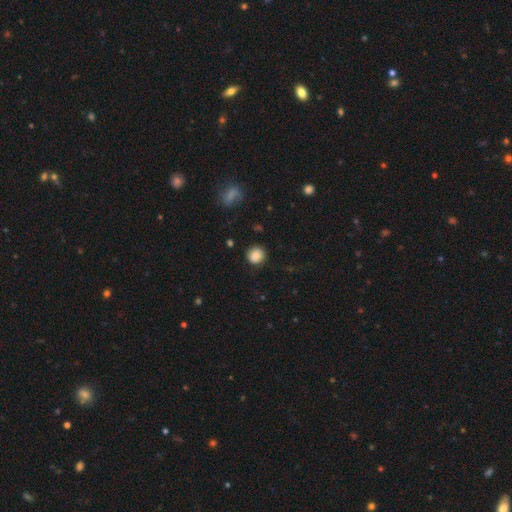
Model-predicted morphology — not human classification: The model was most divided on "merging": none: 84%, minor disturbance: 11%, major disturbance: 3%, merger: 1%. More confident: how rounded — round (88%); smooth or featured — smooth (86%).